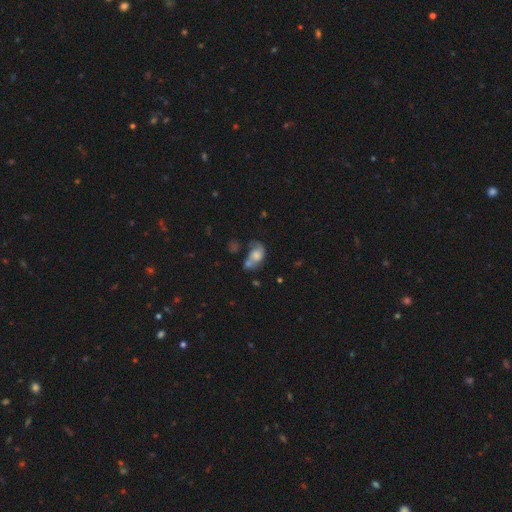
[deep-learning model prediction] Overall: smooth (51%; featured or disk 38%). How rounded: in between (70%). Merging: merger (44%; none 21%).